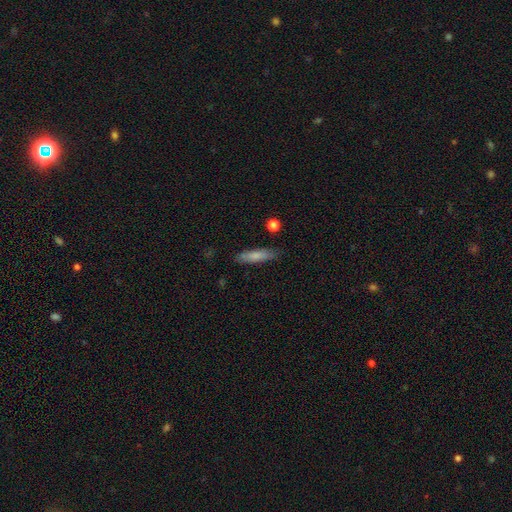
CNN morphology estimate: Q: Smooth or featured?
A: smooth (78%); runner-up: featured or disk (16%)
Q: How rounded?
A: cigar-shaped (75%); runner-up: in between (23%)
Q: Merging?
A: none (84%); runner-up: minor disturbance (12%)